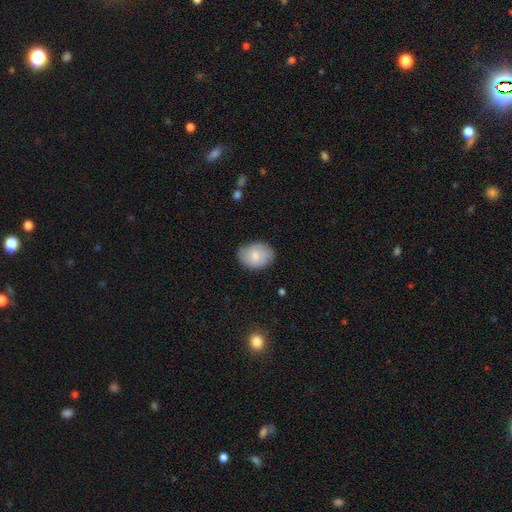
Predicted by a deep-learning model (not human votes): This appears to be a smooth galaxy with no disk features (73%) that is in between round and cigar-shaped (74%). Merging: none (77%).